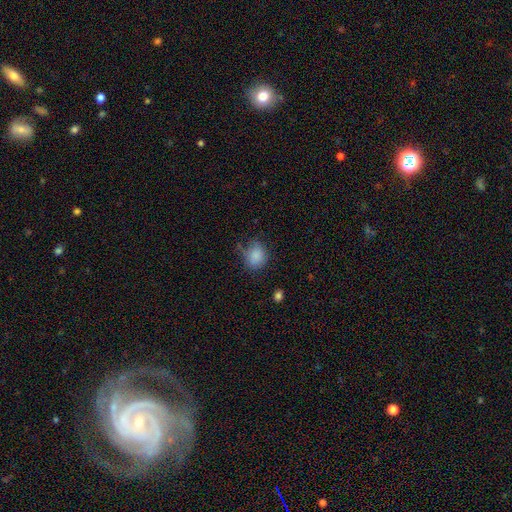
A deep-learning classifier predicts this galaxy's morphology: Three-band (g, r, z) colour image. It shows a smooth galaxy with no disk features (85%) that is round (55%). Merging: none (66%).